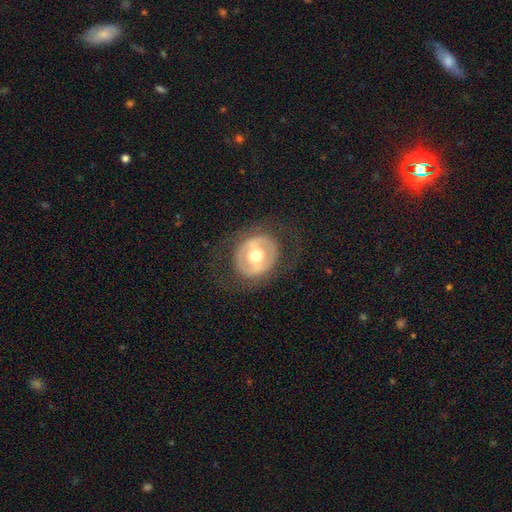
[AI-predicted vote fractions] Smooth or featured? featured or disk (61%)
Edge-on disk? no (95%)
Bar? no (41%)
Spiral arms? no (80%)
Bulge size? moderate (75%)
Merging? none (74%)